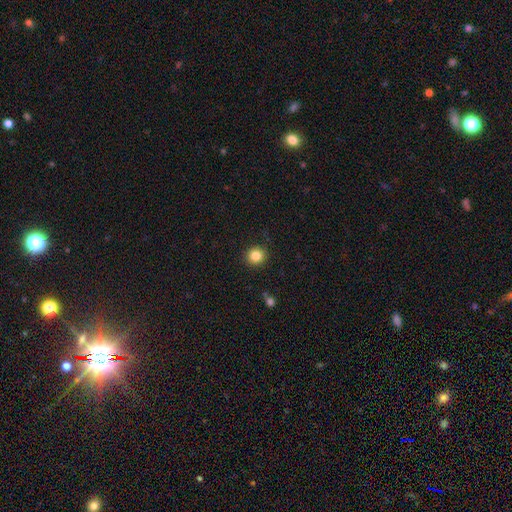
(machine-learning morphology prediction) This is clearly a smooth galaxy (84%). How rounded: clearly round (89%). Merging: clearly none (91%).